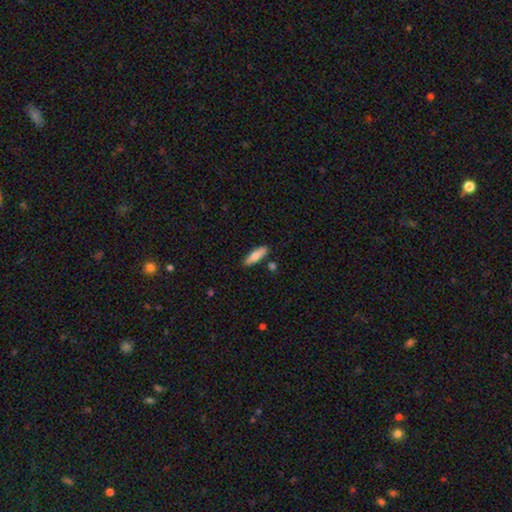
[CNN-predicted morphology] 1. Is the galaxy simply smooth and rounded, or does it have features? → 77% smooth, 17% featured or disk, 6% star or artifact.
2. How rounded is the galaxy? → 58% cigar-shaped, 40% in between, 2% round.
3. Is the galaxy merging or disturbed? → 81% none, 12% minor disturbance, 4% merger, 2% major disturbance.